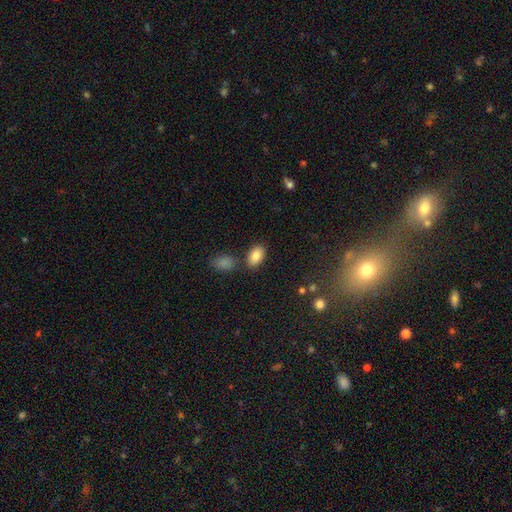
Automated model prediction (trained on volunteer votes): Smooth or featured?
  - smooth: 85% *
  - star or artifact: 8%
  - featured or disk: 7%
How rounded?
  - in between: 91% *
  - round: 7%
  - cigar-shaped: 2%
Merging?
  - none: 77% *
  - minor disturbance: 11%
  - merger: 8%
  - major disturbance: 3%